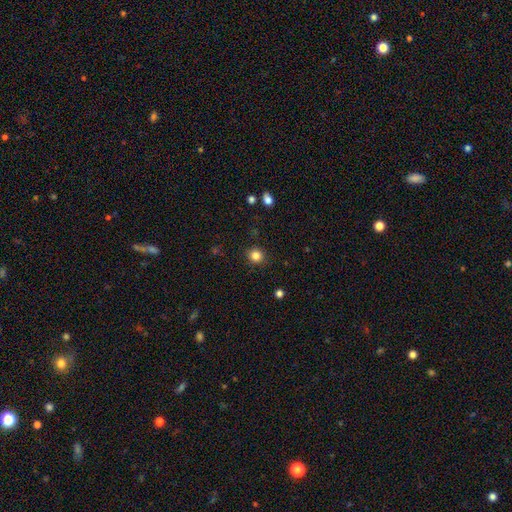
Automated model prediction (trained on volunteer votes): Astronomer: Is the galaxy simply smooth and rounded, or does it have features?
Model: smooth — 84%.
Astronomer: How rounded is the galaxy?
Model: round — 91%.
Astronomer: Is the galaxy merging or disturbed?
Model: none — 90%.